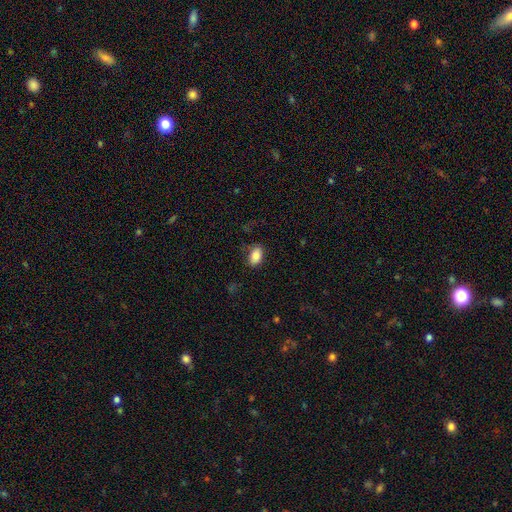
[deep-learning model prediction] Q: Smooth or featured?
A: smooth (84%); runner-up: star or artifact (8%)
Q: How rounded?
A: in between (90%); runner-up: round (9%)
Q: Merging?
A: none (80%); runner-up: minor disturbance (14%)